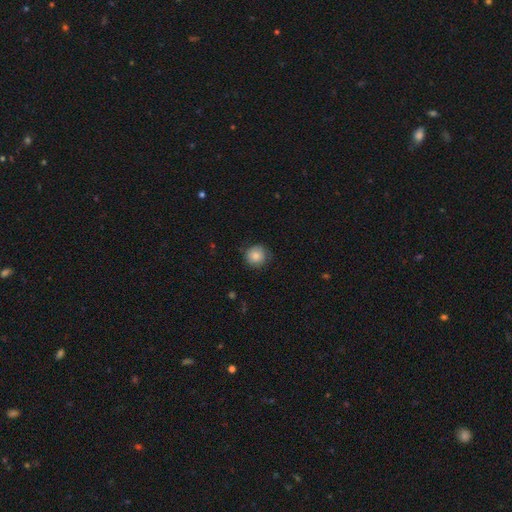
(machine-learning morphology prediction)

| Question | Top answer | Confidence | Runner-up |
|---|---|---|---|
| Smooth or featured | smooth | 82% | featured or disk (10%) |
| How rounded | round | 92% | in between (7%) |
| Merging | none | 77% | minor disturbance (17%) |